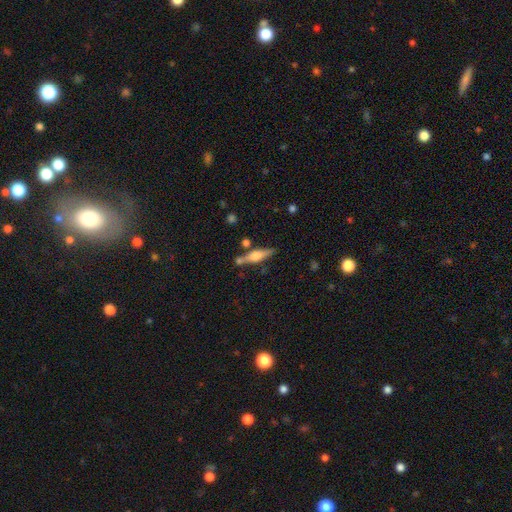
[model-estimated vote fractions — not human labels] Morphology: type=featured or disk (61%); edge-on=yes (95%); edge-on bulge=rounded (86%); merging=none (76%).